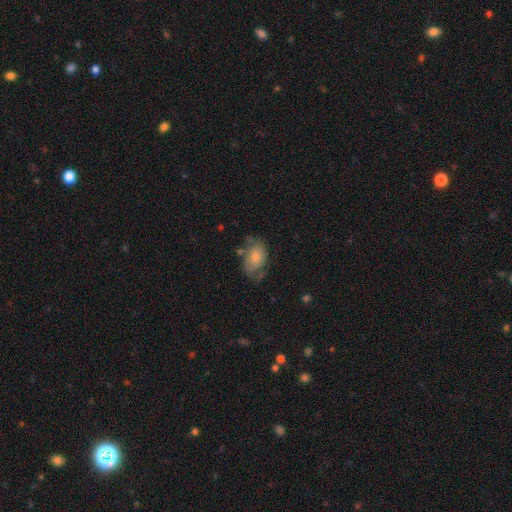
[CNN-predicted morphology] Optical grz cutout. It shows a smooth galaxy with no disk features (49%). Merging: none (53%).